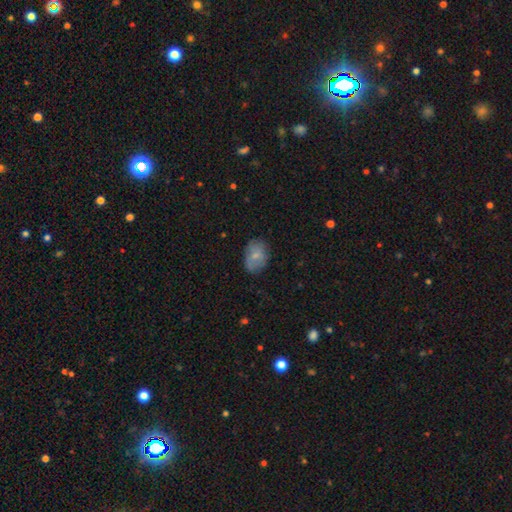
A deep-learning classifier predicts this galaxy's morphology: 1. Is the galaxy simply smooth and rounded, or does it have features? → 72% smooth, 20% featured or disk, 8% star or artifact.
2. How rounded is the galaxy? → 78% in between, 21% round, 1% cigar-shaped.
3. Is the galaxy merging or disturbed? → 69% none, 23% minor disturbance, 6% major disturbance, 1% merger.